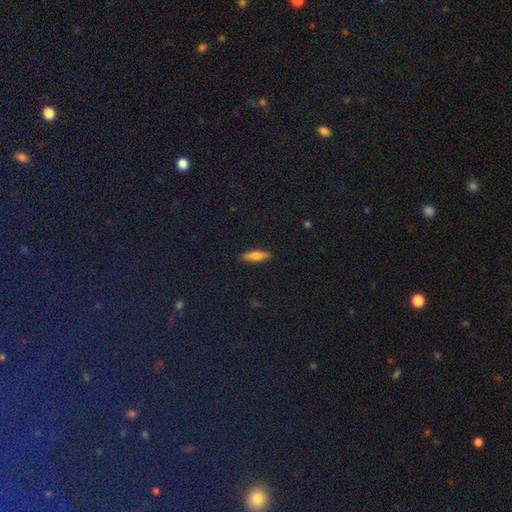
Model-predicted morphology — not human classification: smooth 67%, featured or disk 25%, star or artifact 8%. Down the decision tree: how rounded — cigar-shaped (56%); merging — none (89%).